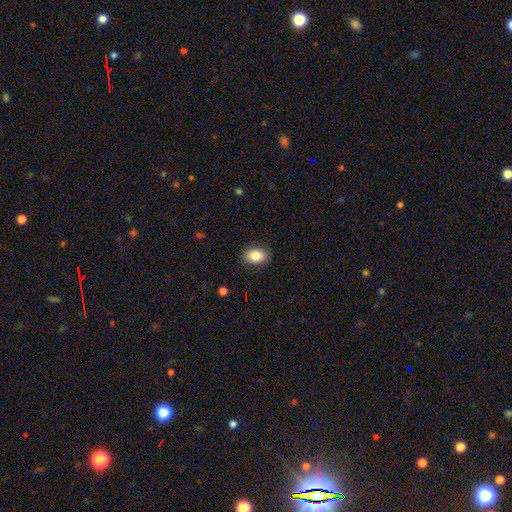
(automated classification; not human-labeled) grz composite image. It shows a smooth galaxy with no disk features (85%) that is in between round and cigar-shaped (73%). Merging: none (88%).